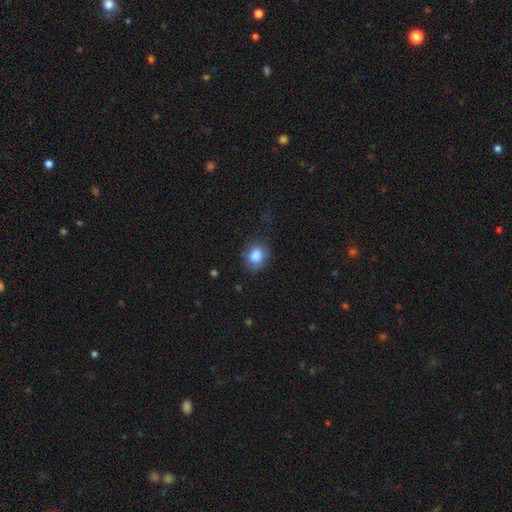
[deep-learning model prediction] A smooth galaxy with no disk features (85%) that is round (61%).

Vote fractions:
- Smooth or featured? smooth: 85% / star or artifact: 8% / featured or disk: 7%
- How rounded? round: 61% / in between: 38% / cigar-shaped: 1%
- Merging? none: 71% / minor disturbance: 20% / major disturbance: 7% / merger: 2%